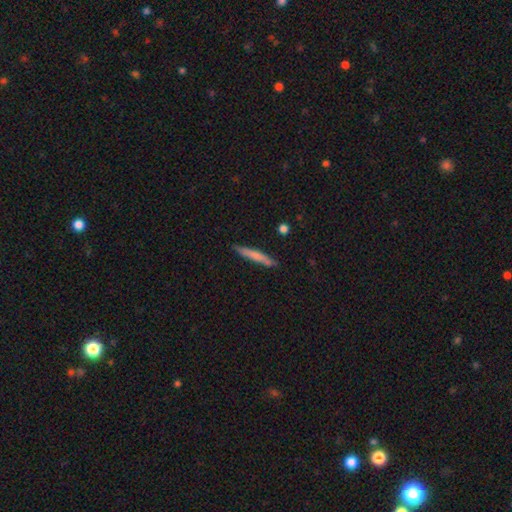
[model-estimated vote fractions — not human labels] A smooth galaxy with no disk features (69%) that is cigar-shaped (94%). Merging: none (84%).